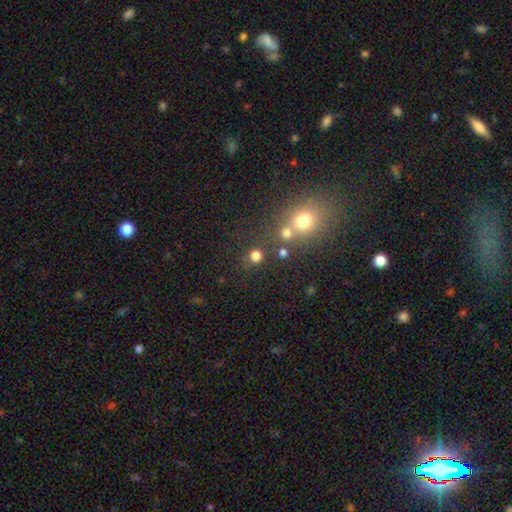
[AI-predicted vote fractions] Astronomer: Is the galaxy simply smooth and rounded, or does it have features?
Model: smooth — 77%.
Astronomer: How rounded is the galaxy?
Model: round — 92%.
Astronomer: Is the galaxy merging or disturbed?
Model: none — 78%.